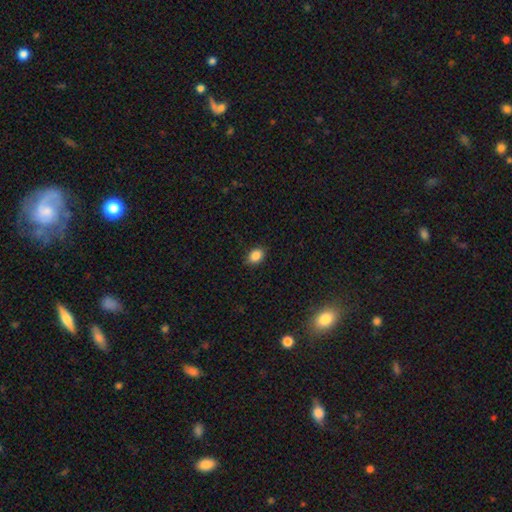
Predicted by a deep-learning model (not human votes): Smooth or featured? smooth (87%)
How rounded? in between (75%)
Merging? none (88%)